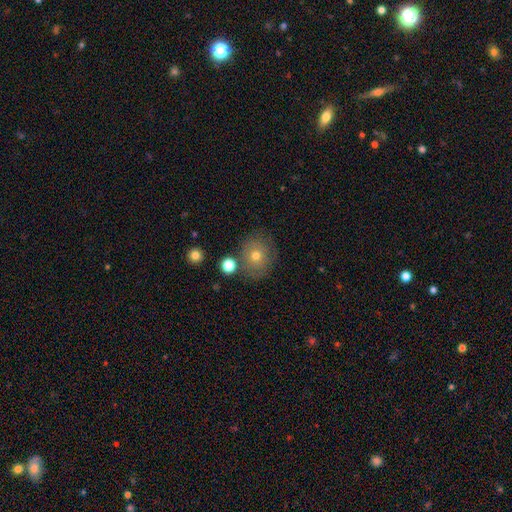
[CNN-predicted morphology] Q: Smooth or featured?
A: smooth (67%); runner-up: featured or disk (21%)
Q: How rounded?
A: round (79%); runner-up: in between (20%)
Q: Merging?
A: none (75%); runner-up: minor disturbance (13%)